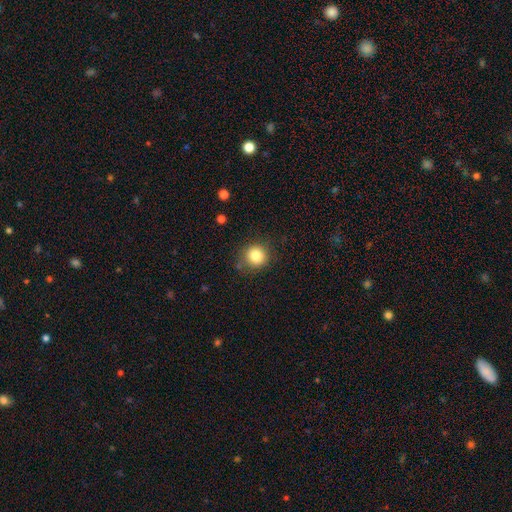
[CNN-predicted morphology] smooth-or-featured: smooth: 84% | star or artifact: 11% | featured or disk: 6%
  how-rounded: round: 91% | in between: 8% | cigar-shaped: 1%
  merging: none: 82% | minor disturbance: 13% | major disturbance: 4% | merger: 2%